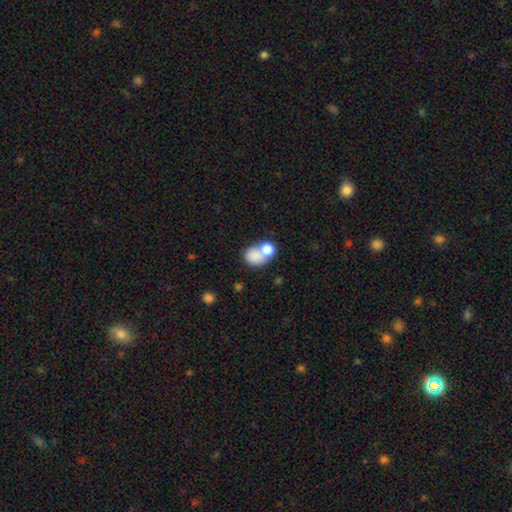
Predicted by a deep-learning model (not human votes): smooth-or-featured: smooth: 79% | featured or disk: 12% | star or artifact: 9%
  how-rounded: round: 51% | in between: 48% | cigar-shaped: 1%
  merging: merger: 61% | none: 26% | minor disturbance: 8% | major disturbance: 5%